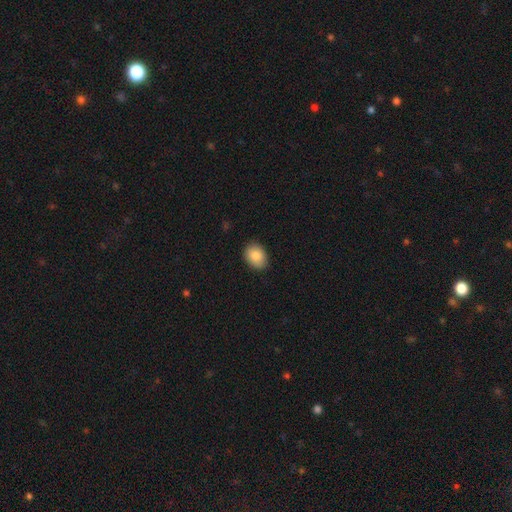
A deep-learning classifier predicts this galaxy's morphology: smooth_or_featured: smooth (p=0.87) [alt: star or artifact p=0.07]
how_rounded: in between (p=0.73) [alt: round p=0.26]
merging: none (p=0.86) [alt: minor disturbance p=0.11]